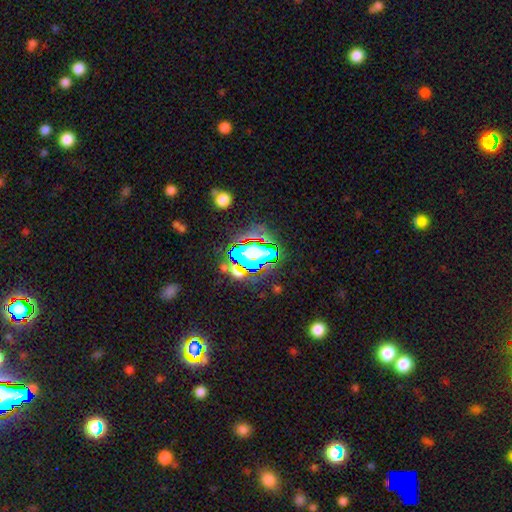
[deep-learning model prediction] The model was most divided on "smooth or featured": star or artifact: 59%, smooth: 22%, featured or disk: 20%.